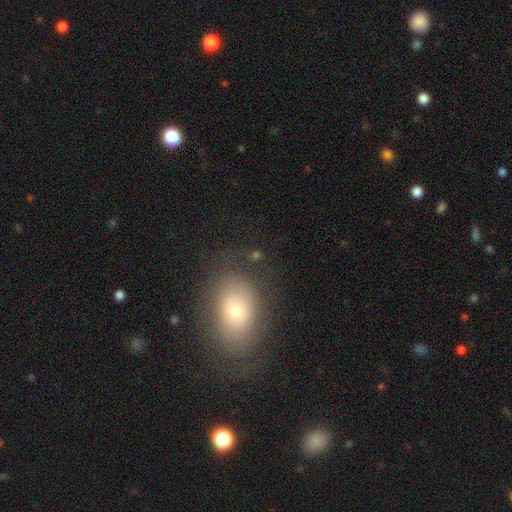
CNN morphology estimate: A smooth galaxy with no disk features (57%) that is in between round and cigar-shaped (68%).

Vote fractions:
- Smooth or featured? smooth: 57% / featured or disk: 27% / star or artifact: 17%
- How rounded? in between: 68% / round: 31% / cigar-shaped: 2%
- Merging? none: 70% / minor disturbance: 16% / major disturbance: 9% / merger: 4%